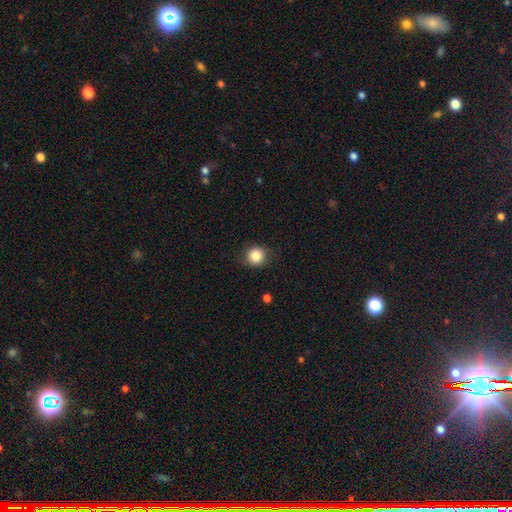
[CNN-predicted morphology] Q: Smooth or featured?
A: smooth (85%); runner-up: star or artifact (10%)
Q: How rounded?
A: round (89%); runner-up: in between (10%)
Q: Merging?
A: none (85%); runner-up: minor disturbance (11%)